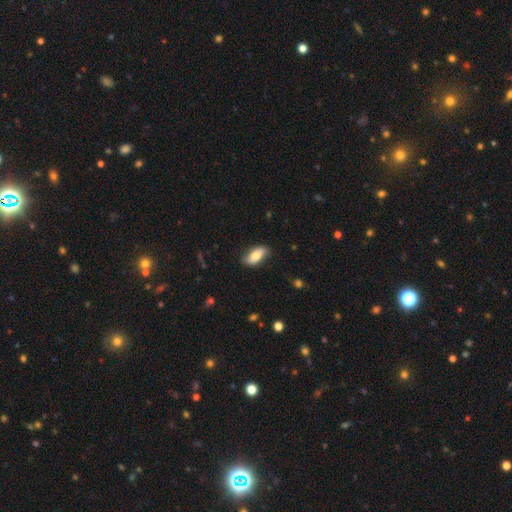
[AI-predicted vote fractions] A smooth galaxy with no disk features (69%) that is in between round and cigar-shaped (88%). Merging: none (80%).